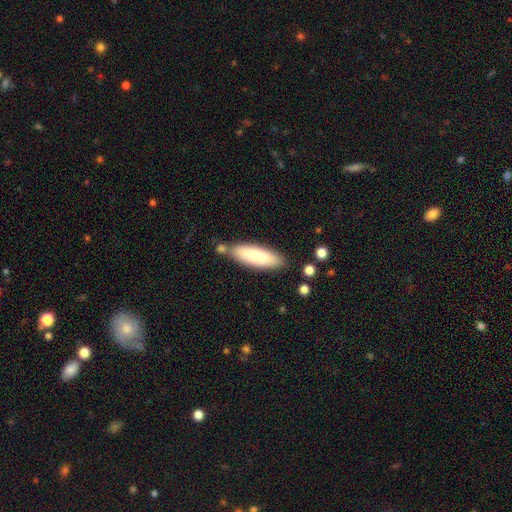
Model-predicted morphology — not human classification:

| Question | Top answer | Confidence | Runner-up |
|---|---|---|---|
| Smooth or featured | smooth | 82% | featured or disk (12%) |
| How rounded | in between | 51% | cigar-shaped (48%) |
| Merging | none | 75% | minor disturbance (14%) |